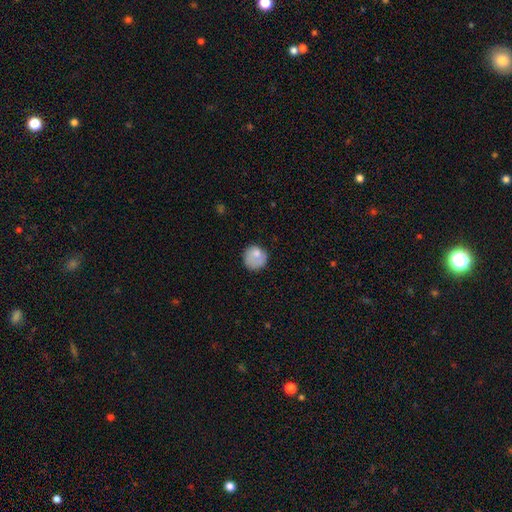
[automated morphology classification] Smooth or featured: smooth — 76% (featured or disk — 16%)
How rounded: round — 85% (in between — 14%)
Merging: none — 61% (minor disturbance — 24%)